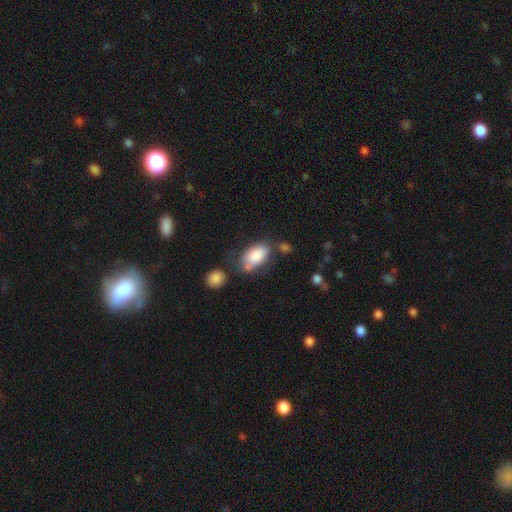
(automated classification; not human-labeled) A smooth galaxy with no disk features (83%) that is in between round and cigar-shaped (93%).

Vote fractions:
- Smooth or featured? smooth: 83% / featured or disk: 10% / star or artifact: 6%
- How rounded? in between: 93% / round: 4% / cigar-shaped: 2%
- Merging? none: 51% / minor disturbance: 23% / merger: 17% / major disturbance: 9%